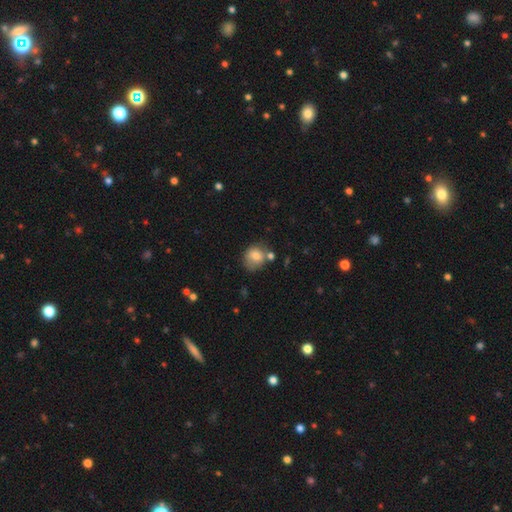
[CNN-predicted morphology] A smooth galaxy with no disk features (76%) that is round (68%). Merging: none (55%).